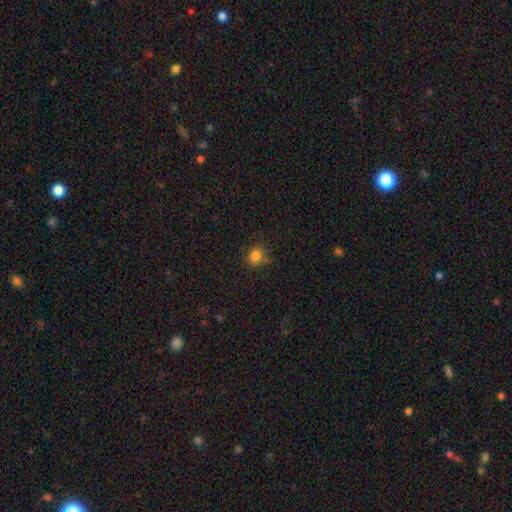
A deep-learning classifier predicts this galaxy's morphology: Smooth or featured? smooth (81%)
How rounded? round (72%)
Merging? none (77%)